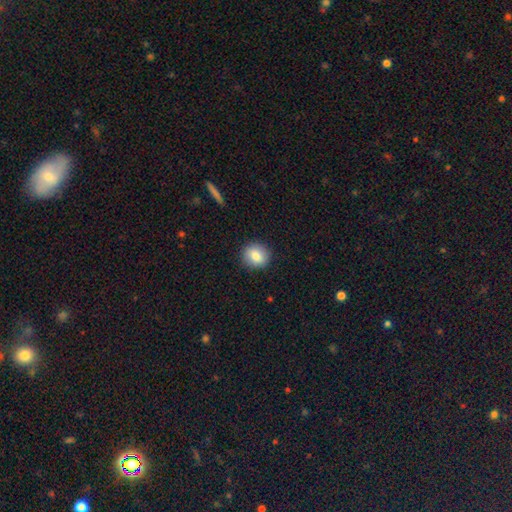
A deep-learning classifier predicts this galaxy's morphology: A smooth galaxy with no disk features (82%) that is round (84%). Merging: none (89%).